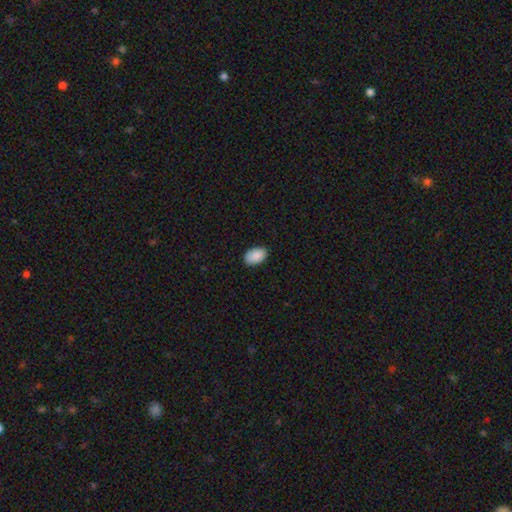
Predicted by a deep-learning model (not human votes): smooth 89%, star or artifact 7%, featured or disk 5%. Down the decision tree: how rounded — in between (90%); merging — none (86%).